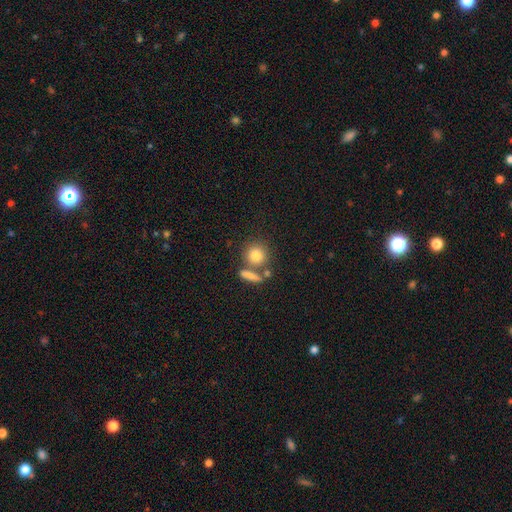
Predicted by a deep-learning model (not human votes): Smooth or featured?
  - smooth: 81% *
  - featured or disk: 10%
  - star or artifact: 9%
How rounded?
  - round: 85% *
  - in between: 13%
  - cigar-shaped: 3%
Merging?
  - none: 62% *
  - merger: 23%
  - minor disturbance: 10%
  - major disturbance: 5%